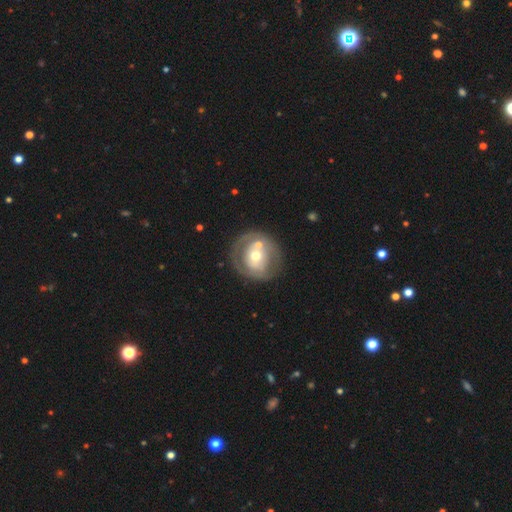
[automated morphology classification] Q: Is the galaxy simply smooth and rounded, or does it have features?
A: featured or disk — 55%.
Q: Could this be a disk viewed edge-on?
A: no — 96%.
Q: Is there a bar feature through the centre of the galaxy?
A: no — 81%.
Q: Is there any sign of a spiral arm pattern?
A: no — 73%.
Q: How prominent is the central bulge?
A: moderate — 67%.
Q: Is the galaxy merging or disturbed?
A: none — 60%.